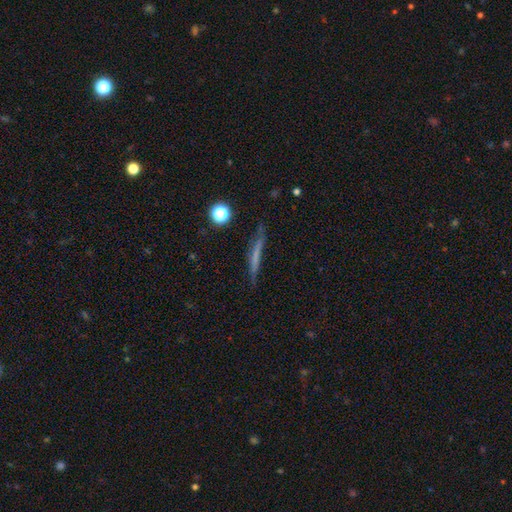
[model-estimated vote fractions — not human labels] Overall: smooth (52%; featured or disk 37%). How rounded: cigar-shaped (91%). Merging: none (74%).